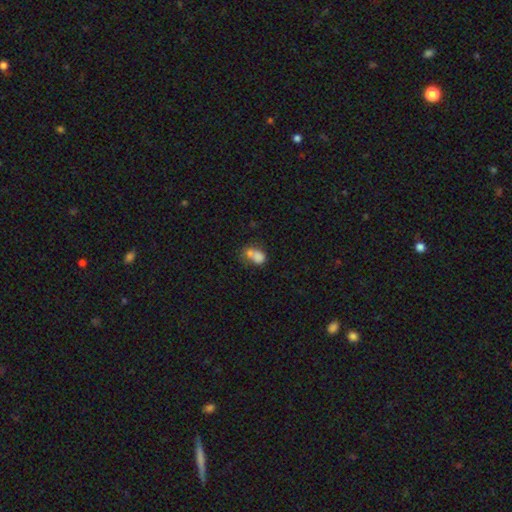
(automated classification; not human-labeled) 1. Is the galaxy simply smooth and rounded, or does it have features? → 74% smooth, 15% featured or disk, 11% star or artifact.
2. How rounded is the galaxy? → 64% in between, 35% round, 1% cigar-shaped.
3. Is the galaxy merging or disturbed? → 54% merger, 24% none, 12% minor disturbance, 9% major disturbance.